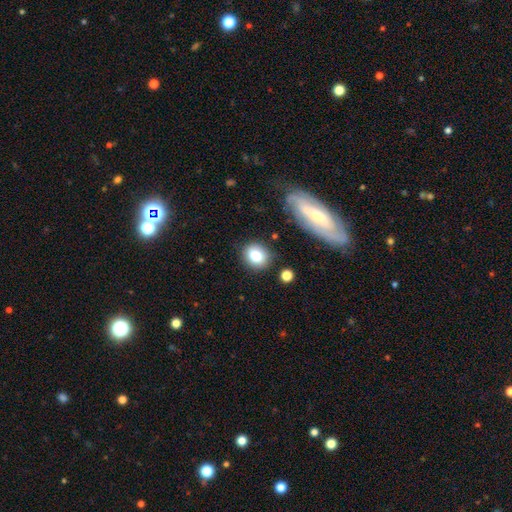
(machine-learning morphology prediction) Q: Smooth or featured?
A: smooth (81%); runner-up: featured or disk (10%)
Q: How rounded?
A: round (71%); runner-up: in between (28%)
Q: Merging?
A: none (83%); runner-up: minor disturbance (11%)